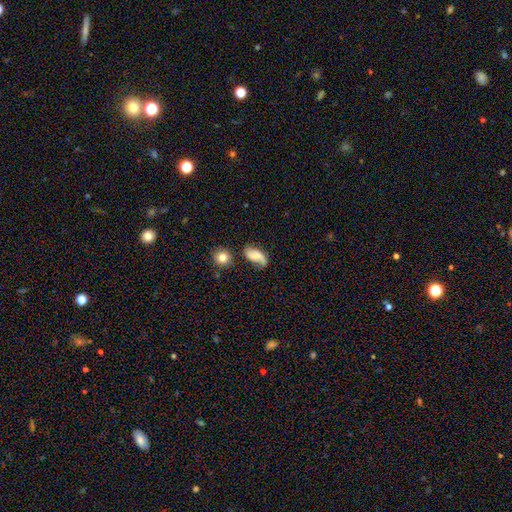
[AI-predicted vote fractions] The model was most divided on "bulge size": moderate: 32%, small: 28%, none: 25%, large: 11%, dominant: 3%. More confident: edge-on disk — no (95%); spiral arms — yes (90%); merging — none (61%); smooth or featured — featured or disk (53%); bar — no (52%).